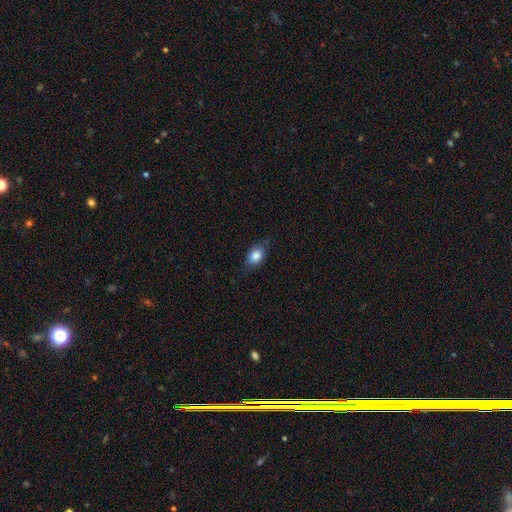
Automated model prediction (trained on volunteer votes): smooth_or_featured: smooth (p=0.81) [alt: featured or disk p=0.12]
how_rounded: in between (p=0.78) [alt: round p=0.18]
merging: none (p=0.76) [alt: minor disturbance p=0.19]